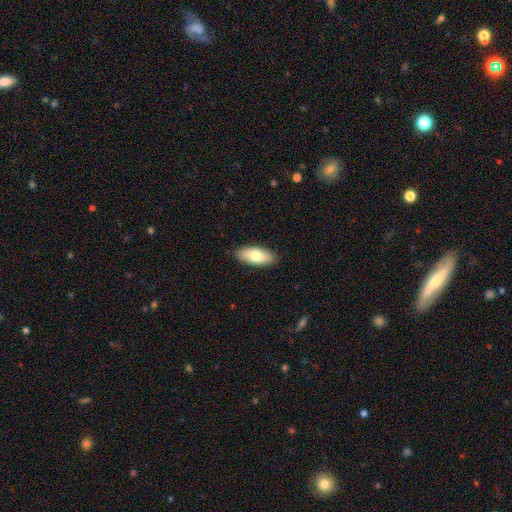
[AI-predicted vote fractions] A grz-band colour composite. It shows a smooth galaxy with no disk features (77%) that is in between round and cigar-shaped (84%). Merging: none (88%).